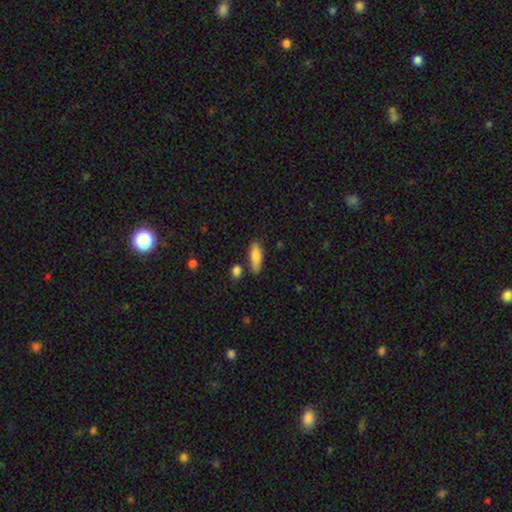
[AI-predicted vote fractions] Smooth or featured: smooth — 80% (featured or disk — 14%)
How rounded: in between — 55% (cigar-shaped — 42%)
Merging: none — 75% (minor disturbance — 15%)